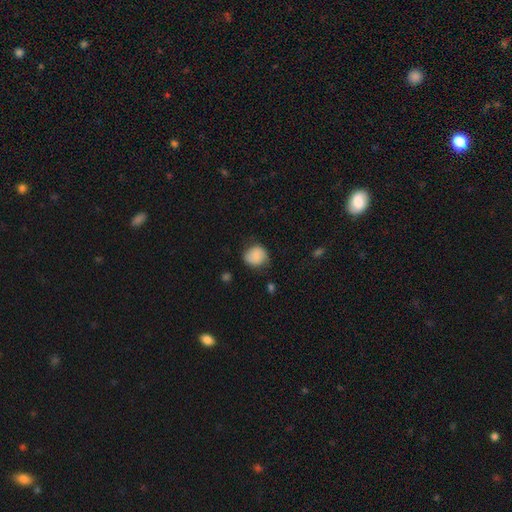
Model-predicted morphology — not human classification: This is clearly a smooth galaxy (80%). How rounded: likely round (78%). Merging: likely none (69%).